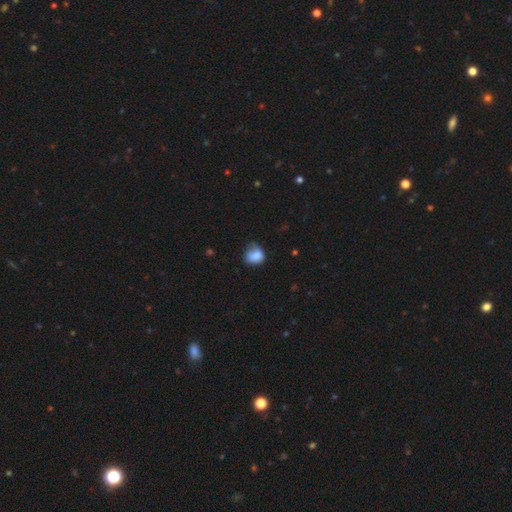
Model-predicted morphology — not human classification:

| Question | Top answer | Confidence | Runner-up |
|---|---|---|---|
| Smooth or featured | smooth | 81% | star or artifact (9%) |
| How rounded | round | 60% | in between (39%) |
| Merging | none | 42% | minor disturbance (39%) |